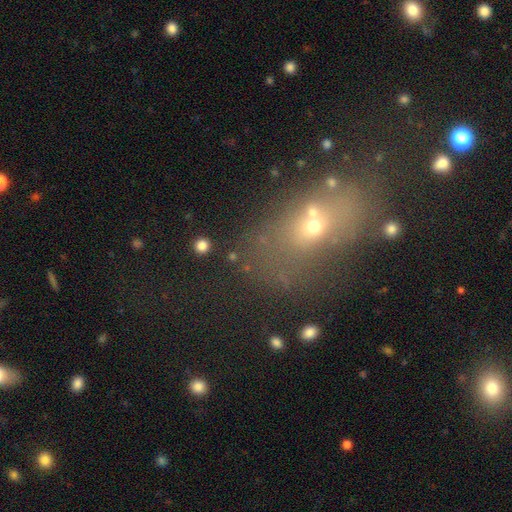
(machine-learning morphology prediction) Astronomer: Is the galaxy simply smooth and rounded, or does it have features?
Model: smooth — 48% (runner-up: star or artifact, 28%).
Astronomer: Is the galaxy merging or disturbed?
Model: none — 53%.